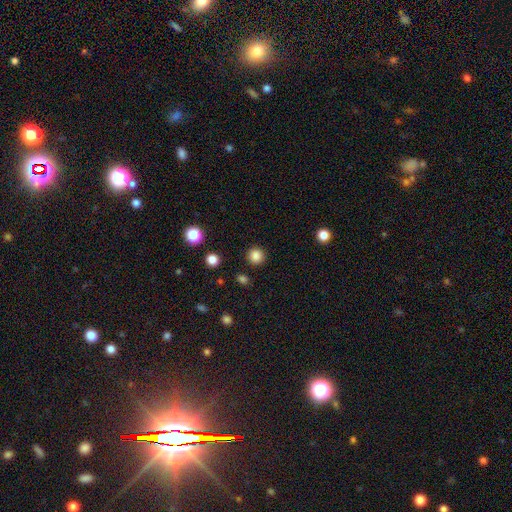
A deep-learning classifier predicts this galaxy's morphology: smooth_or_featured: smooth (p=0.85) [alt: star or artifact p=0.11]
how_rounded: round (p=0.95) [alt: in between p=0.04]
merging: none (p=0.91) [alt: minor disturbance p=0.05]